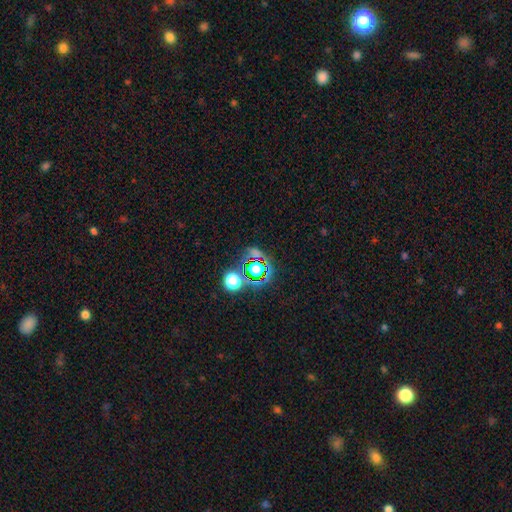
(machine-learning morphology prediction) smooth-or-featured: star or artifact: 71% | smooth: 20% | featured or disk: 10%